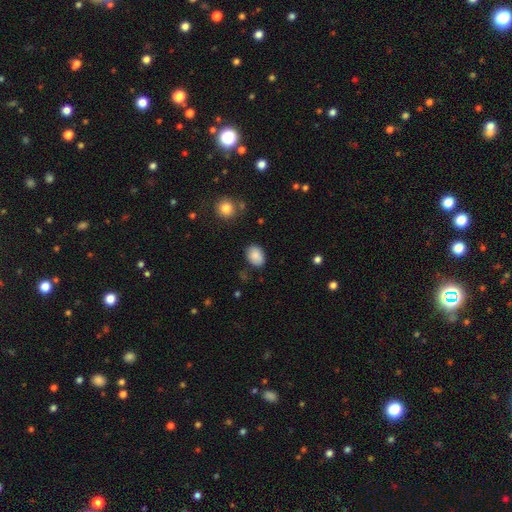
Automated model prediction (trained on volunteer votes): Smooth or featured?
  - smooth: 88% *
  - star or artifact: 8%
  - featured or disk: 5%
How rounded?
  - in between: 79% *
  - round: 20%
  - cigar-shaped: 1%
Merging?
  - none: 82% *
  - minor disturbance: 13%
  - major disturbance: 3%
  - merger: 2%